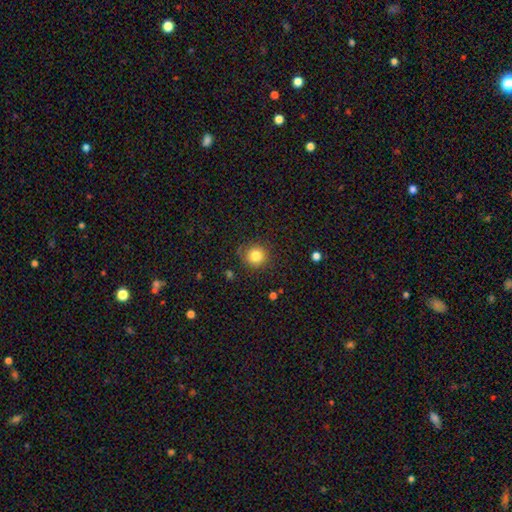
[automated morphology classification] The model was most divided on "smooth or featured": smooth: 82%, star or artifact: 11%, featured or disk: 6%. More confident: how rounded — round (91%); merging — none (83%).